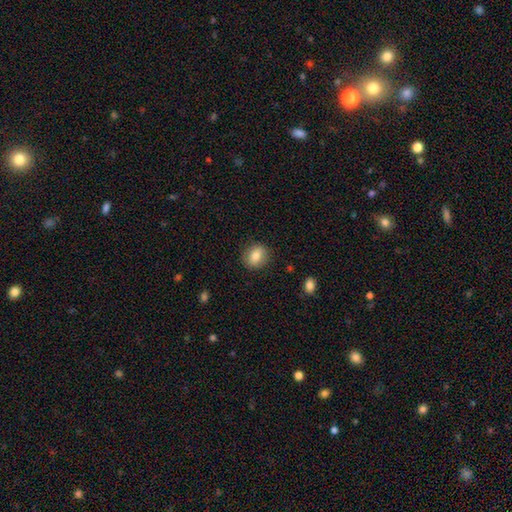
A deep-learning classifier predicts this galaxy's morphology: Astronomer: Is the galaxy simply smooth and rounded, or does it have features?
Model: smooth — 82%.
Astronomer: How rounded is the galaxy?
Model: round — 59% (runner-up: in between, 40%).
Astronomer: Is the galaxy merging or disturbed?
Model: none — 87%.